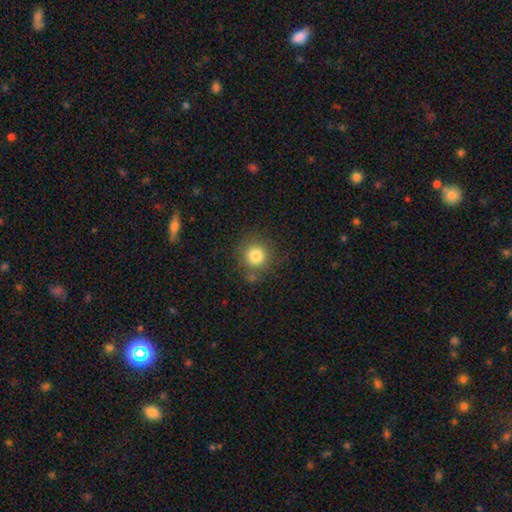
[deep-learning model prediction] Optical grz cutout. It shows a smooth galaxy with no disk features (81%) that is round (93%). Merging: none (79%).